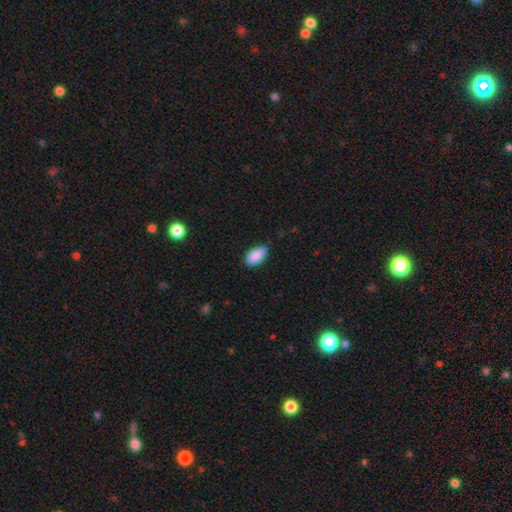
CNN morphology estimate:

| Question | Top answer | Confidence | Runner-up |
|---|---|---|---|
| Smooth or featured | smooth | 88% | star or artifact (7%) |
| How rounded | in between | 94% | round (3%) |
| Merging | none | 75% | minor disturbance (21%) |